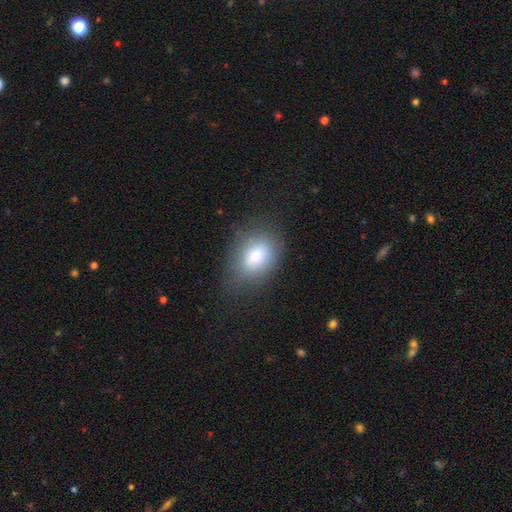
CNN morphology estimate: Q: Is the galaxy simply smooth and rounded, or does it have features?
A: smooth — 76%.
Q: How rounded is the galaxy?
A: in between — 72%.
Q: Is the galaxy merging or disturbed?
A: none — 68%.